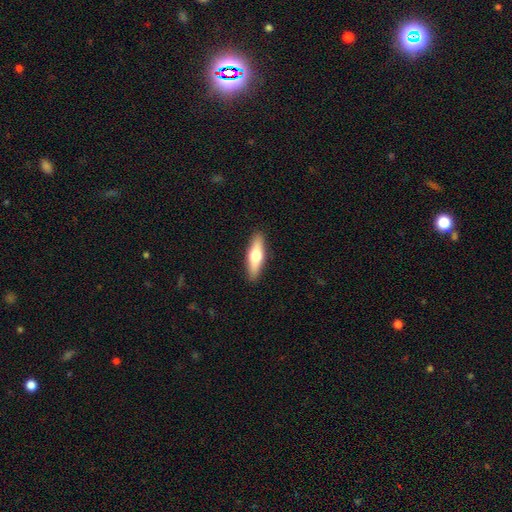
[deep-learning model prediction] Q: Smooth or featured?
A: smooth (57%); runner-up: featured or disk (38%)
Q: How rounded?
A: cigar-shaped (60%); runner-up: in between (38%)
Q: Merging?
A: none (90%); runner-up: minor disturbance (7%)